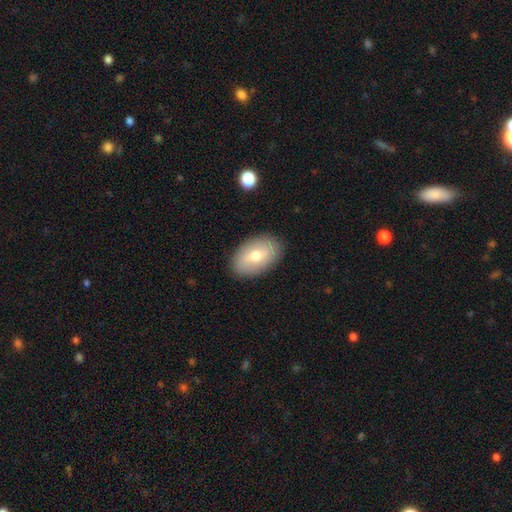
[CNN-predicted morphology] Overall: smooth (68%). How rounded: in between (92%). Merging: none (87%).